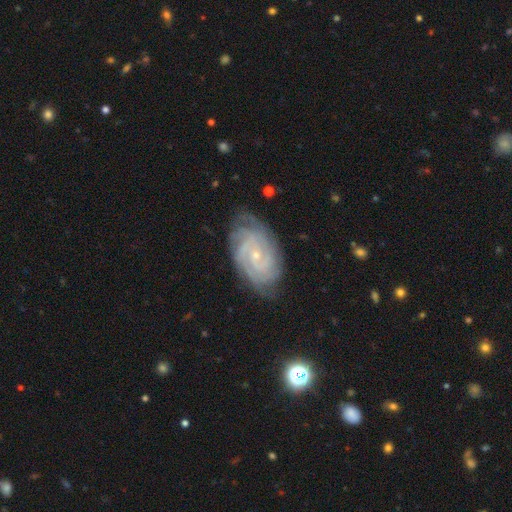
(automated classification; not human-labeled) featured or disk 86%, smooth 7%, star or artifact 6%. Down the decision tree: edge-on disk — no (97%); bar — no (64%); spiral arms — yes (98%); spiral arm count — can't tell (25%); spiral winding — tight (76%); bulge size — small (80%); merging — none (77%).